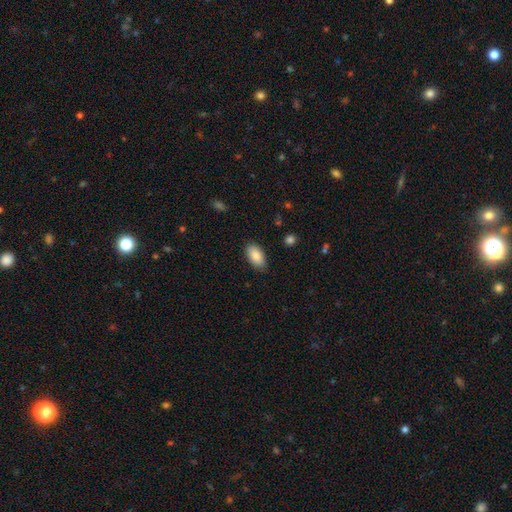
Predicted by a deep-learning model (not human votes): Smooth or featured? Predicted: smooth (p=0.87). How rounded? Predicted: in between (p=0.94). Merging? Predicted: none (p=0.86).